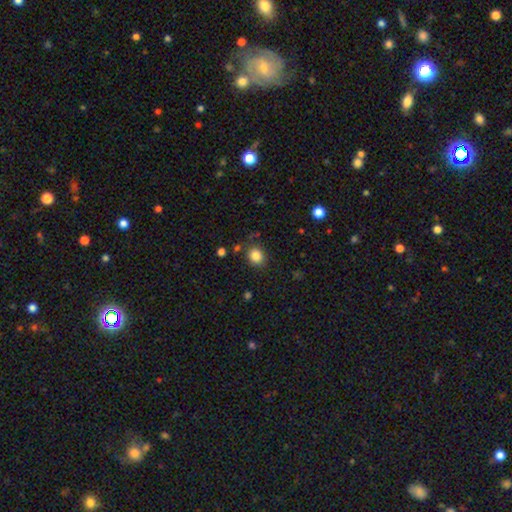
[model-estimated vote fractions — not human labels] A smooth galaxy with no disk features (84%) that is round (75%). Merging: none (82%).